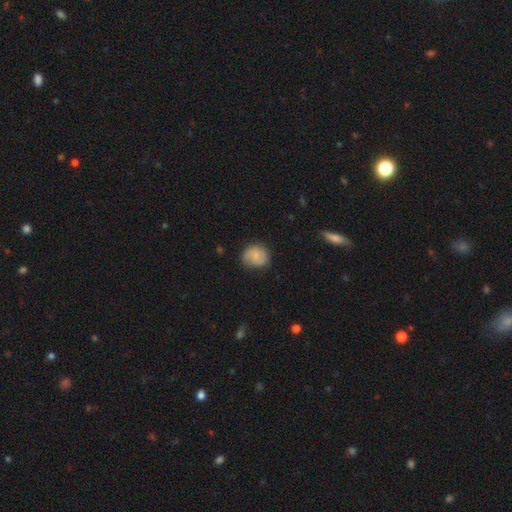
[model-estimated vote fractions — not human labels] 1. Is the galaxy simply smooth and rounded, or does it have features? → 72% smooth, 20% featured or disk, 8% star or artifact.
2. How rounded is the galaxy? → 71% round, 28% in between, 1% cigar-shaped.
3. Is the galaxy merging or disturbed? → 74% none, 20% minor disturbance, 5% major disturbance, 1% merger.